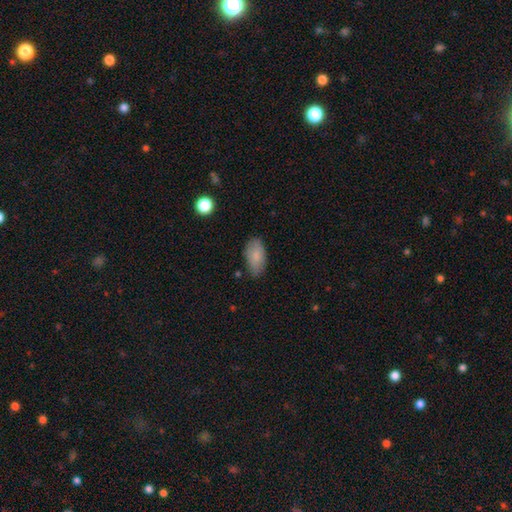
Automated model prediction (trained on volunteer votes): The model was most divided on "merging": none: 76%, minor disturbance: 18%, major disturbance: 4%, merger: 2%. More confident: how rounded — in between (93%); smooth or featured — smooth (84%).